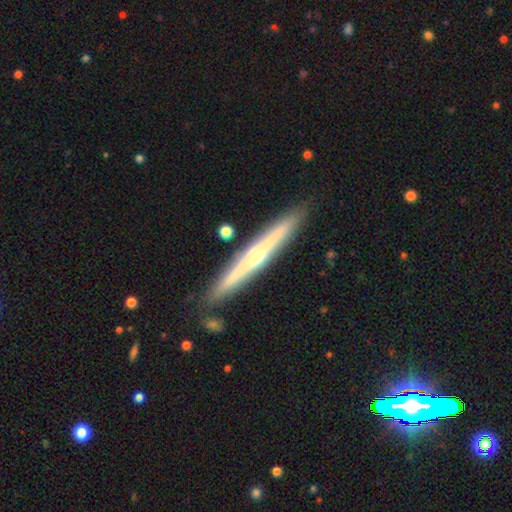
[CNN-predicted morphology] type=featured or disk (65%); edge-on=yes (97%); edge-on bulge=rounded (66%); merging=none (89%).